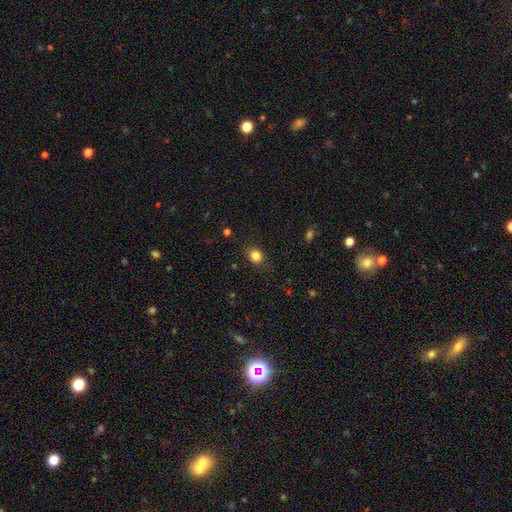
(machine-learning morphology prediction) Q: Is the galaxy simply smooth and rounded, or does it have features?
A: smooth — 83%.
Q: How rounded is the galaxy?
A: round — 68%.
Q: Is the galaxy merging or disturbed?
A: none — 86%.